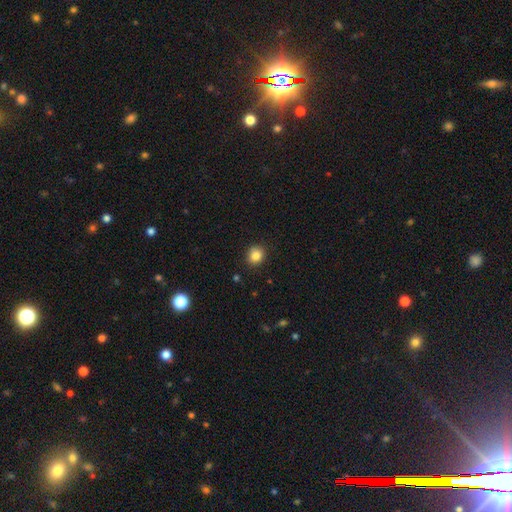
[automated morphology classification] A smooth galaxy with no disk features (85%) that is round (80%). Merging: none (88%).